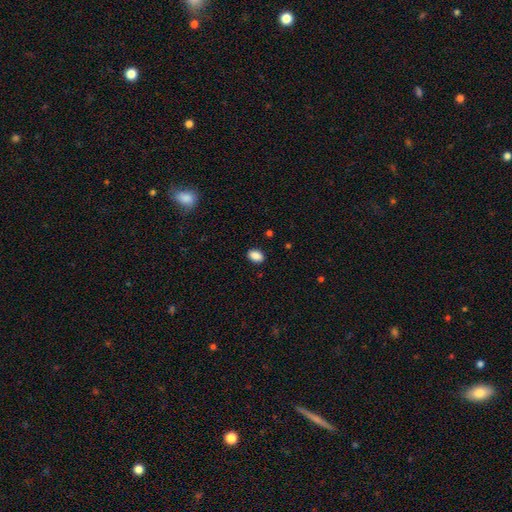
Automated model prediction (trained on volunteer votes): Smooth or featured: smooth — 89% (star or artifact — 8%)
How rounded: in between — 85% (round — 13%)
Merging: none — 89% (minor disturbance — 8%)